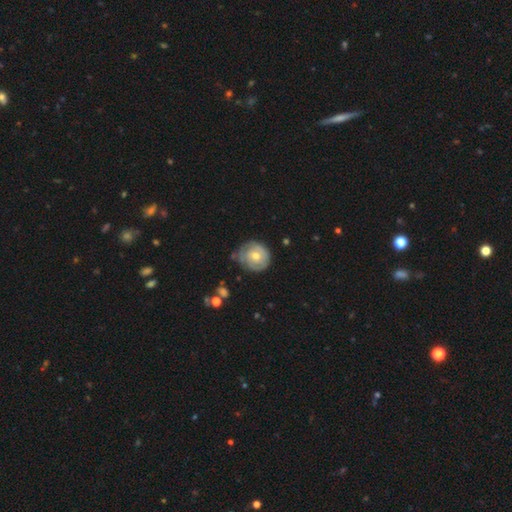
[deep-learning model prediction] Smooth or featured? Predicted: featured or disk (p=0.52). Edge-on disk? Predicted: no (p=0.97). Bar? Predicted: no (p=0.78). Spiral arms? Predicted: yes (p=0.64). Bulge size? Predicted: moderate (p=0.60). Merging? Predicted: none (p=0.60).